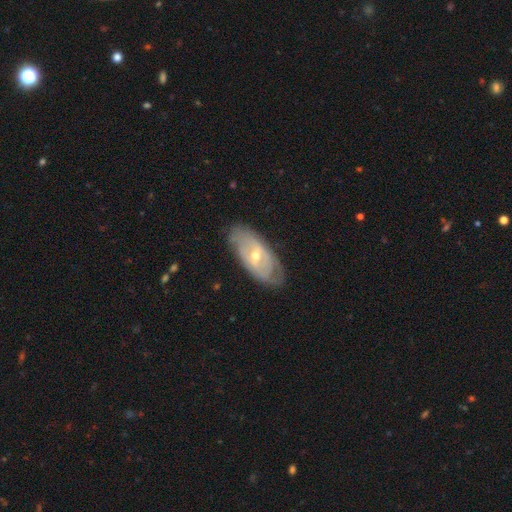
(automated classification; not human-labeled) smooth-or-featured: featured or disk: 70% | smooth: 24% | star or artifact: 6%
  disk-edge-on: no: 87% | yes: 13%
    bar: no: 44% | weak: 41% | strong: 15%
    has-spiral-arms: yes: 70% | no: 30%
    bulge-size: moderate: 49% | small: 48% | large: 1% | none: 1% | dominant: 1%
  merging: none: 75% | minor disturbance: 19% | major disturbance: 5% | merger: 1%